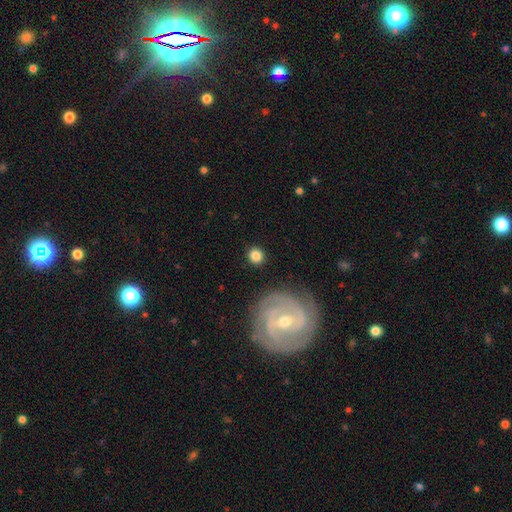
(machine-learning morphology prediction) The model was most divided on "smooth or featured": smooth: 81%, featured or disk: 10%, star or artifact: 9%. More confident: how rounded — round (89%); merging — none (88%).